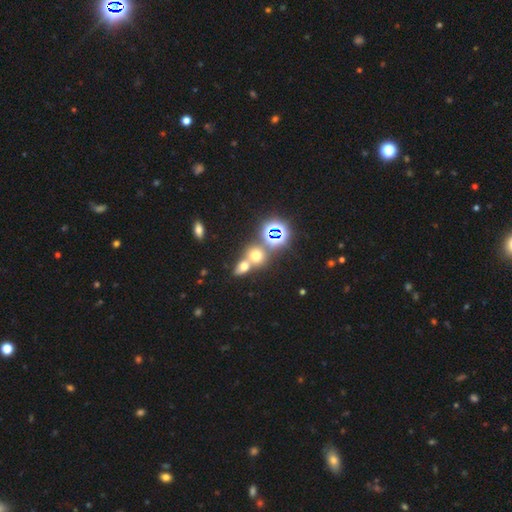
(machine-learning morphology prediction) smooth-or-featured: smooth: 54% | star or artifact: 33% | featured or disk: 13%
  how-rounded: round: 68% | in between: 30% | cigar-shaped: 2%
  merging: merger: 50% | none: 40% | minor disturbance: 6% | major disturbance: 4%